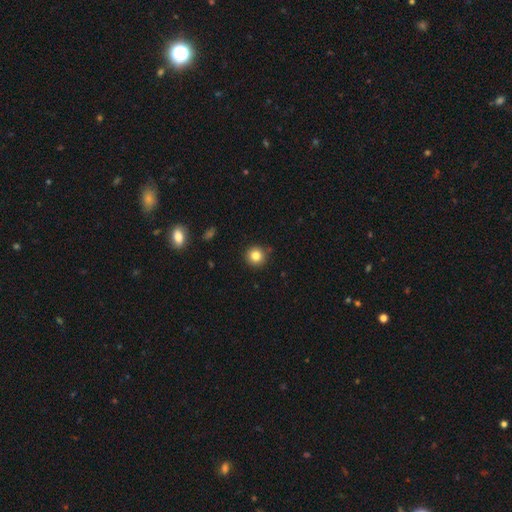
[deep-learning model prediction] smooth-or-featured: smooth: 83% | star or artifact: 11% | featured or disk: 6%
  how-rounded: round: 95% | in between: 5% | cigar-shaped: 1%
  merging: none: 89% | minor disturbance: 7% | merger: 2% | major disturbance: 2%